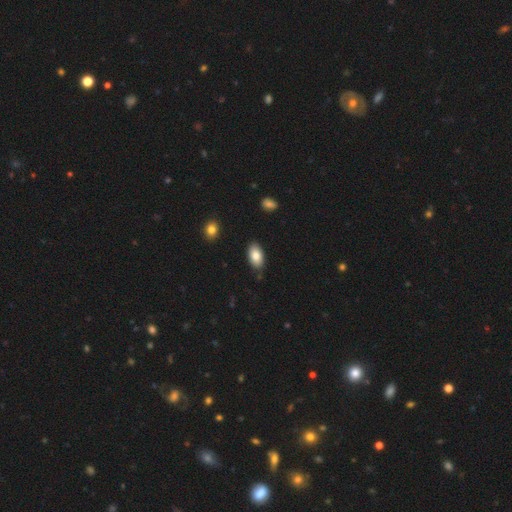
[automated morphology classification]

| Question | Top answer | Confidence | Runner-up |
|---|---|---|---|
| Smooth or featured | smooth | 84% | featured or disk (9%) |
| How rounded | in between | 94% | round (4%) |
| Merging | none | 84% | minor disturbance (11%) |